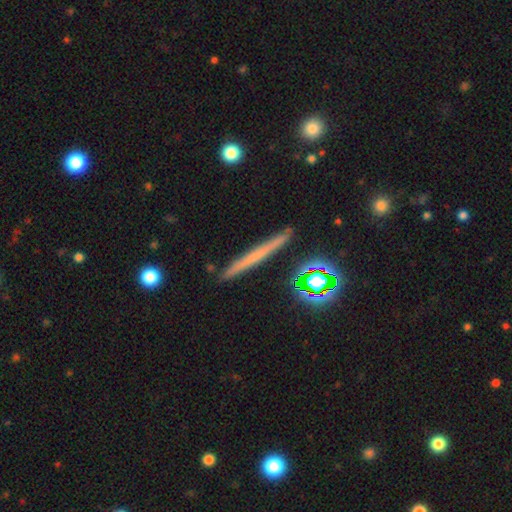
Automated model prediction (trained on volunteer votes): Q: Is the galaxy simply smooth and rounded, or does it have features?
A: smooth — 45%.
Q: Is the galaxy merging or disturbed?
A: none — 90%.